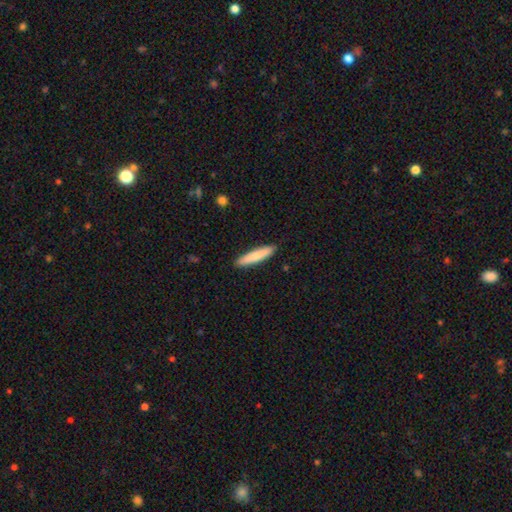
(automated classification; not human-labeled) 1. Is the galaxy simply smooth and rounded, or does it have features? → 81% smooth, 14% featured or disk, 5% star or artifact.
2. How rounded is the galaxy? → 89% cigar-shaped, 10% in between, 1% round.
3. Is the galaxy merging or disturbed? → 91% none, 7% minor disturbance, 1% major disturbance, 1% merger.